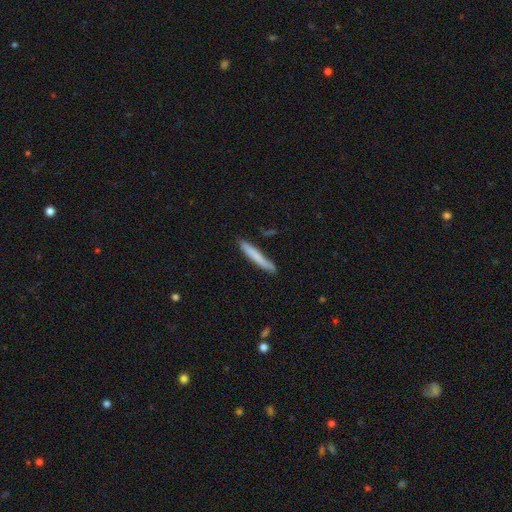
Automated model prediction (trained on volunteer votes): This is likely a smooth galaxy (73%). How rounded: clearly cigar-shaped (96%). Merging: clearly none (83%).